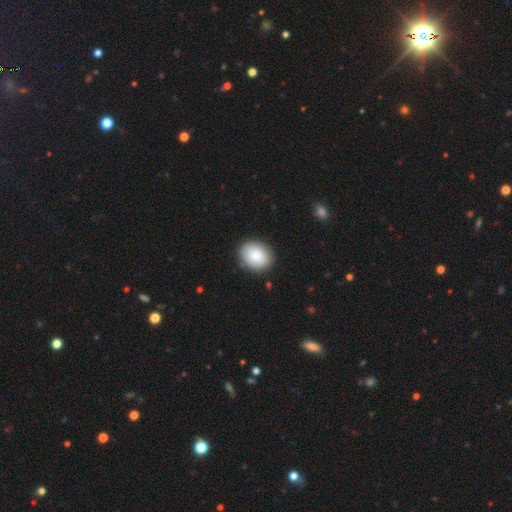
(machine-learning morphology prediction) Smooth or featured: smooth — 86% (featured or disk — 7%)
How rounded: in between — 61% (round — 38%)
Merging: none — 86% (minor disturbance — 10%)